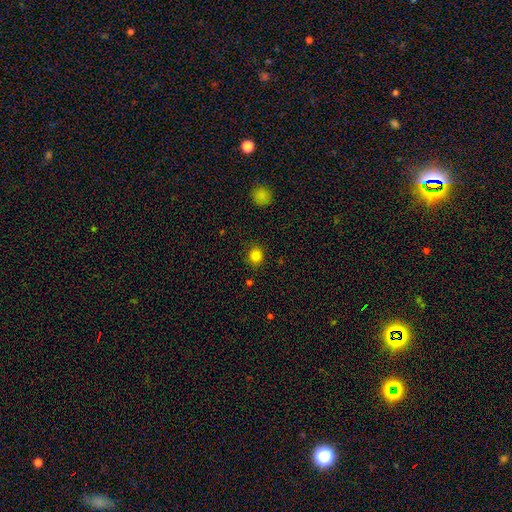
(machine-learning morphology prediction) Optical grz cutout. It shows a smooth galaxy with no disk features (83%) that is round (84%). Merging: none (87%).